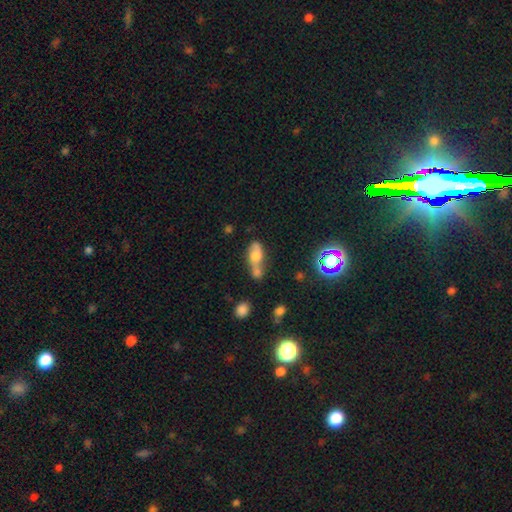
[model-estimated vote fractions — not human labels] smooth 48%, featured or disk 37%, star or artifact 15%. Down the decision tree: merging — merger (46%).